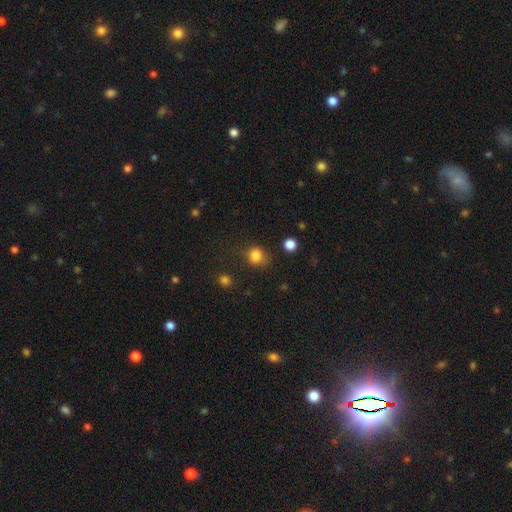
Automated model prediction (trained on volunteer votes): A smooth galaxy with no disk features (82%) that is round (74%).

Vote fractions:
- Smooth or featured? smooth: 82% / star or artifact: 13% / featured or disk: 6%
- How rounded? round: 74% / in between: 25% / cigar-shaped: 1%
- Merging? none: 67% / minor disturbance: 21% / major disturbance: 8% / merger: 3%